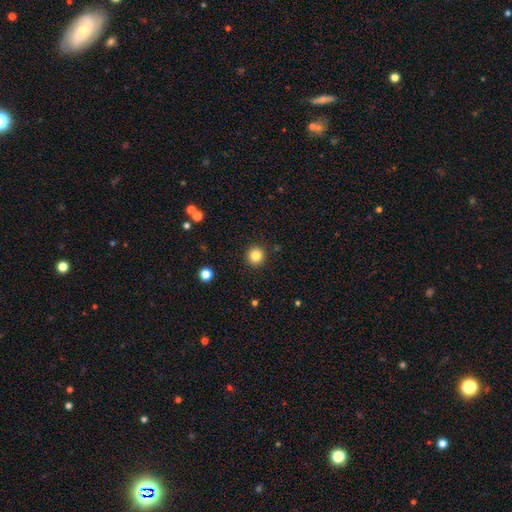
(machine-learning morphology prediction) Q: Smooth or featured?
A: smooth (84%); runner-up: star or artifact (11%)
Q: How rounded?
A: round (95%); runner-up: in between (4%)
Q: Merging?
A: none (92%); runner-up: minor disturbance (5%)